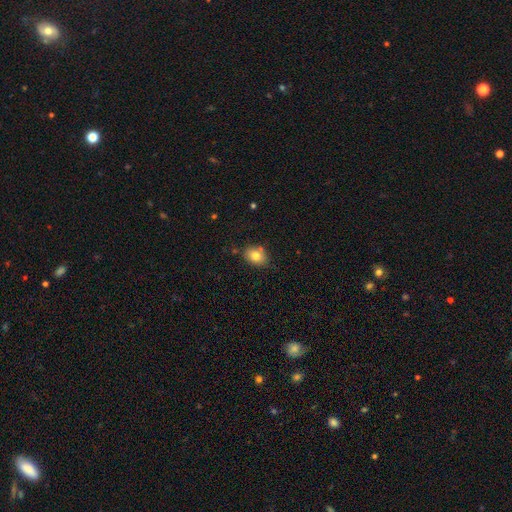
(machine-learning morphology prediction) smooth_or_featured: smooth (p=0.79) [alt: featured or disk p=0.11]
how_rounded: in between (p=0.61) [alt: round p=0.38]
merging: none (p=0.76) [alt: minor disturbance p=0.16]